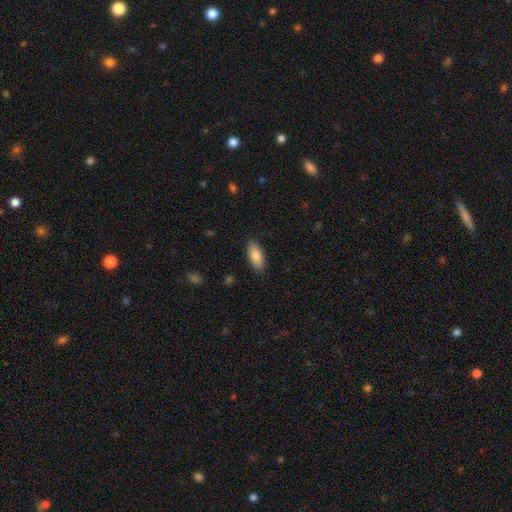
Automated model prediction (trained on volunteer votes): Smooth or featured?
  - smooth: 84% *
  - featured or disk: 10%
  - star or artifact: 6%
How rounded?
  - in between: 86% *
  - cigar-shaped: 12%
  - round: 2%
Merging?
  - none: 87% *
  - minor disturbance: 10%
  - major disturbance: 2%
  - merger: 1%